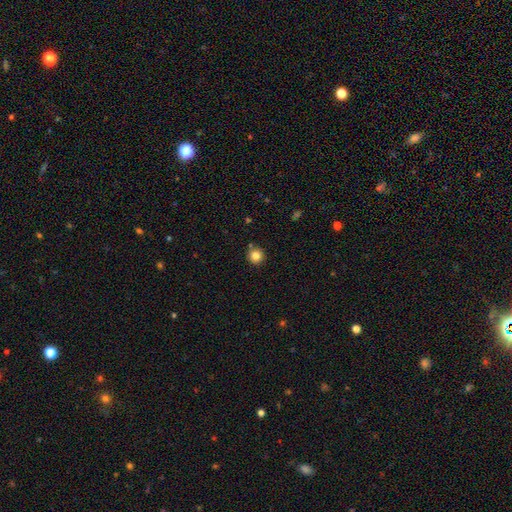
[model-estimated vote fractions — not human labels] smooth-or-featured: smooth: 83% | star or artifact: 11% | featured or disk: 6%
  how-rounded: round: 95% | in between: 4% | cigar-shaped: 1%
  merging: none: 88% | minor disturbance: 7% | merger: 3% | major disturbance: 2%